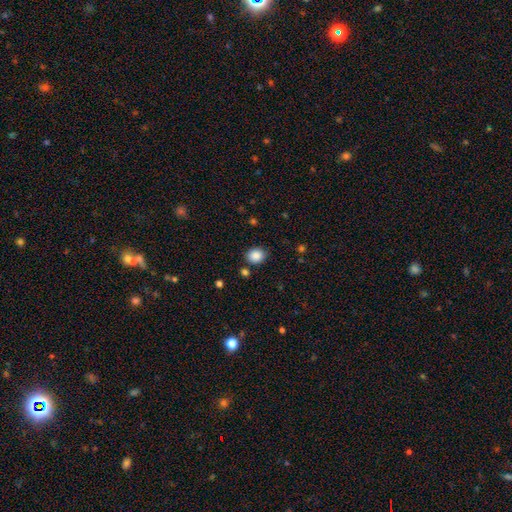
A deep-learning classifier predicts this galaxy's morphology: Overall: smooth (87%). How rounded: round (59%; in between 40%). Merging: none (82%).